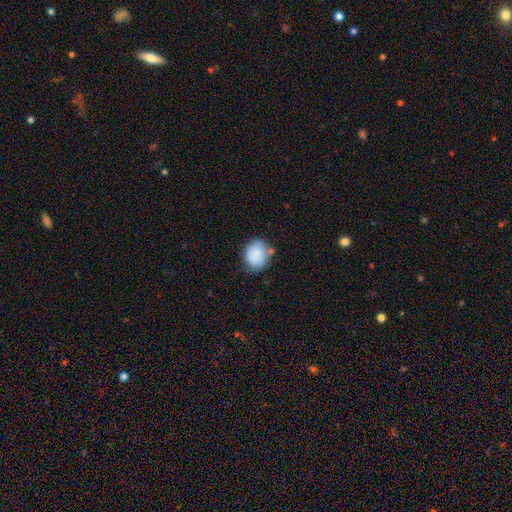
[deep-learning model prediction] smooth 84%, featured or disk 9%, star or artifact 7%. Down the decision tree: how rounded — round (64%); merging — none (67%).